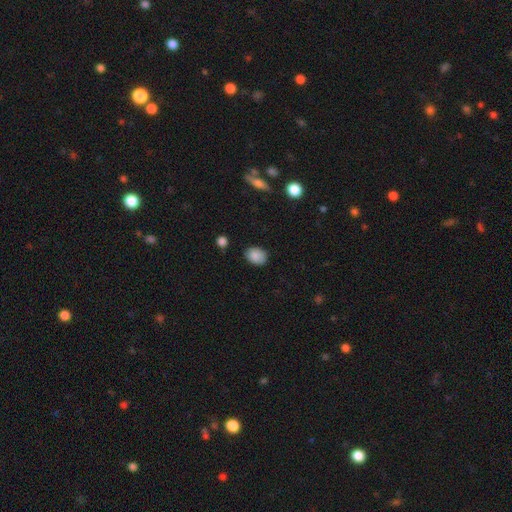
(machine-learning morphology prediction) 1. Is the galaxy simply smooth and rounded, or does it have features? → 87% smooth, 8% star or artifact, 4% featured or disk.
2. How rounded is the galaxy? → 66% in between, 33% round, 1% cigar-shaped.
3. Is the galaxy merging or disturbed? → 82% none, 14% minor disturbance, 3% major disturbance, 2% merger.